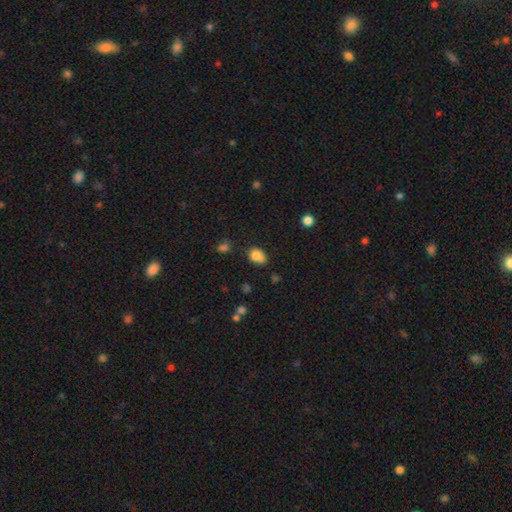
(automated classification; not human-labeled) A smooth galaxy with no disk features (79%) that is in between round and cigar-shaped (66%).

Vote fractions:
- Smooth or featured? smooth: 79% / star or artifact: 11% / featured or disk: 10%
- How rounded? in between: 66% / round: 32% / cigar-shaped: 1%
- Merging? none: 47% / minor disturbance: 28% / merger: 16% / major disturbance: 9%